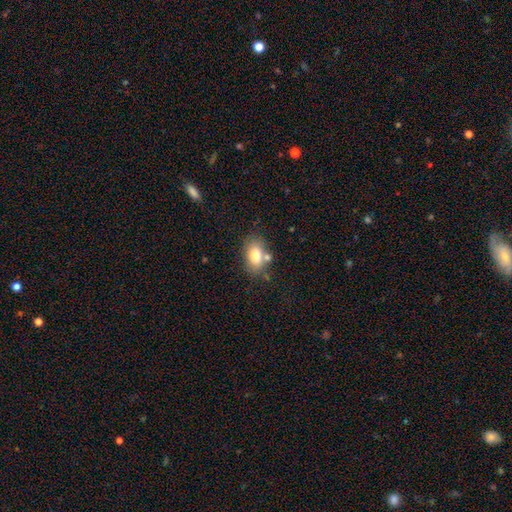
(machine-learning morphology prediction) Smooth or featured? Predicted: smooth (p=0.76). How rounded? Predicted: in between (p=0.83). Merging? Predicted: none (p=0.65).